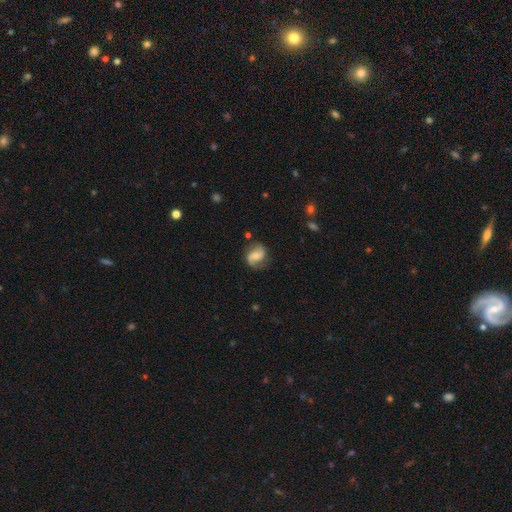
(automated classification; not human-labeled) The model was most divided on "bar": no: 42%, weak: 41%, strong: 17%. Remaining: edge-on disk — no (97%); spiral arms — yes (92%); spiral arm count — 2 (88%); merging — none (74%); smooth or featured — featured or disk (68%); bulge size — moderate (47%); spiral winding — medium (42%).